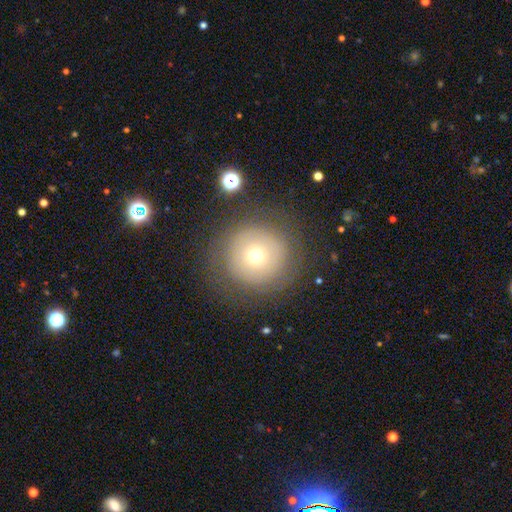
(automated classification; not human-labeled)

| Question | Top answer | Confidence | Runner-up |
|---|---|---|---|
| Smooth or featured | smooth | 61% | featured or disk (25%) |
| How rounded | round | 95% | in between (4%) |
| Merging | none | 82% | minor disturbance (10%) |